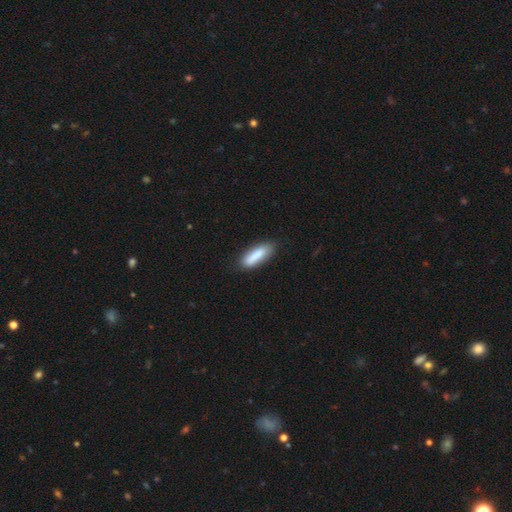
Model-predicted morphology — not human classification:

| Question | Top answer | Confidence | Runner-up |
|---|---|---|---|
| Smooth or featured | smooth | 83% | featured or disk (11%) |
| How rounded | cigar-shaped | 55% | in between (44%) |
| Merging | none | 79% | minor disturbance (16%) |